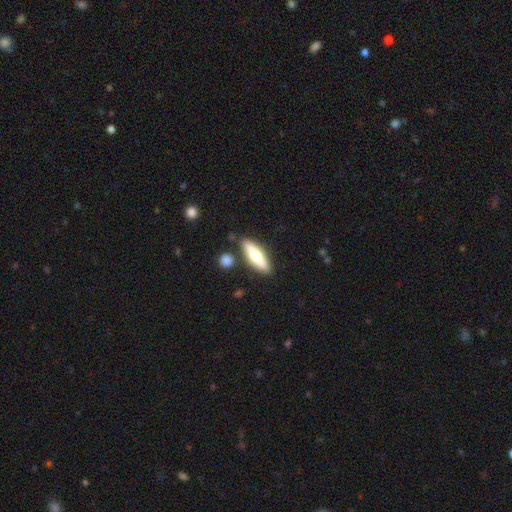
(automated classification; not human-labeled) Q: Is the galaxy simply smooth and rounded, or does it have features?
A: smooth — 52%.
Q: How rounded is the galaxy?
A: cigar-shaped — 59%.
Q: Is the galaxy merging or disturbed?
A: none — 83%.